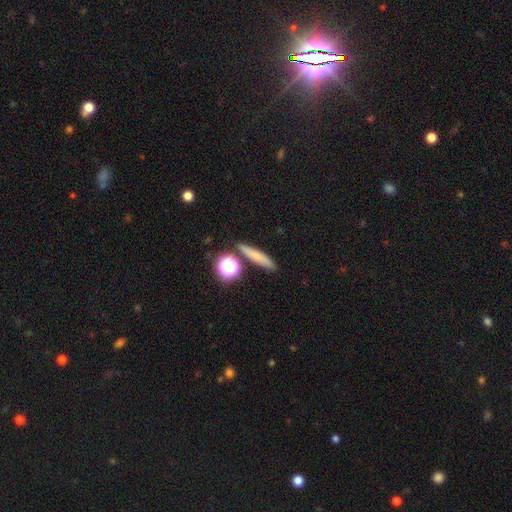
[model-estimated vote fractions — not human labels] Morphology: type=smooth (68%); roundness=cigar-shaped (70%); merging=none (82%).